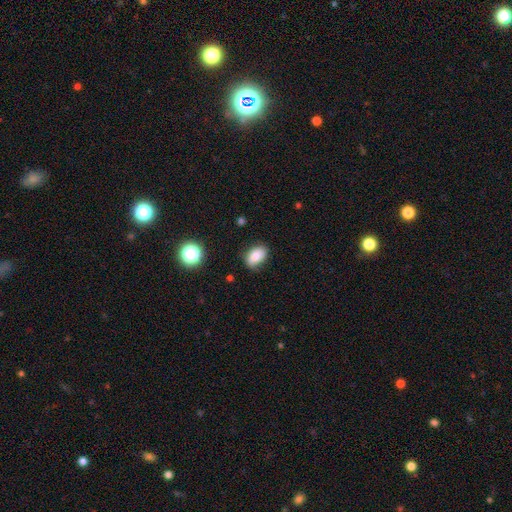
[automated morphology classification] A smooth galaxy with no disk features (79%) that is in between round and cigar-shaped (83%).

Vote fractions:
- Smooth or featured? smooth: 79% / featured or disk: 11% / star or artifact: 10%
- How rounded? in between: 83% / round: 16% / cigar-shaped: 1%
- Merging? none: 78% / minor disturbance: 17% / major disturbance: 3% / merger: 1%